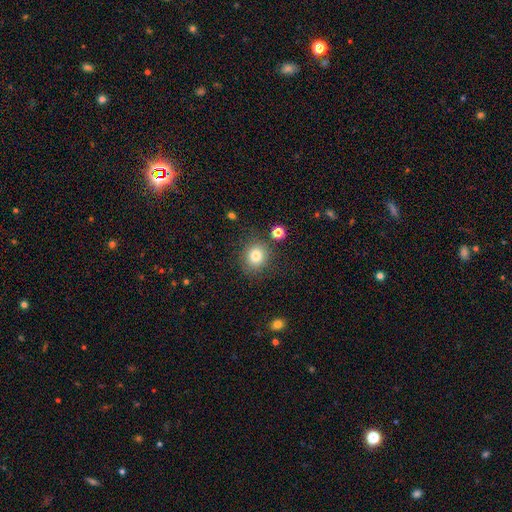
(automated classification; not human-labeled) A smooth galaxy with no disk features (81%) that is round (83%).

Vote fractions:
- Smooth or featured? smooth: 81% / star or artifact: 12% / featured or disk: 8%
- How rounded? round: 83% / in between: 16% / cigar-shaped: 1%
- Merging? none: 81% / minor disturbance: 10% / merger: 4% / major disturbance: 4%